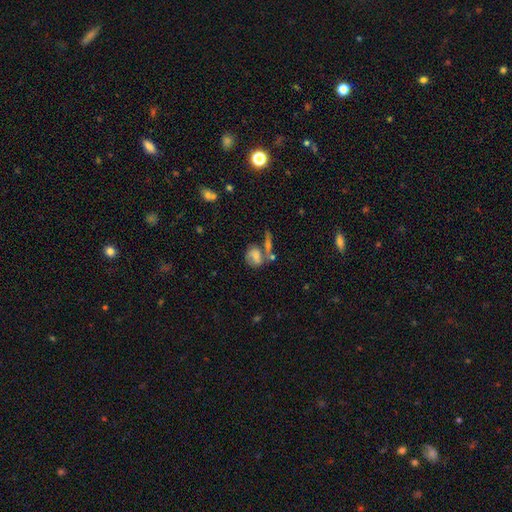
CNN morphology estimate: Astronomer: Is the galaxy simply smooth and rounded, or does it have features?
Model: smooth — 54% (runner-up: featured or disk, 35%).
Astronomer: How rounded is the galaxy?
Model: in between — 54% (runner-up: round, 42%).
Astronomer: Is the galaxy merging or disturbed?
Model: none — 38% (runner-up: merger, 31%).